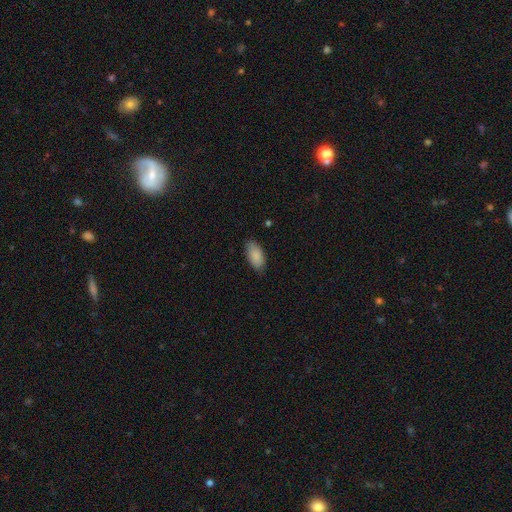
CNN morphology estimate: Overall: smooth (88%). How rounded: in between (92%). Merging: none (82%).